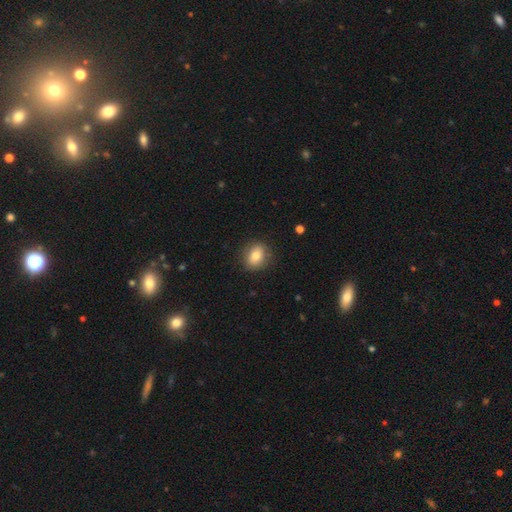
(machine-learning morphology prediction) smooth-or-featured: smooth: 80% | featured or disk: 12% | star or artifact: 8%
  how-rounded: in between: 51% | round: 48% | cigar-shaped: 1%
  merging: none: 84% | minor disturbance: 12% | major disturbance: 3% | merger: 1%